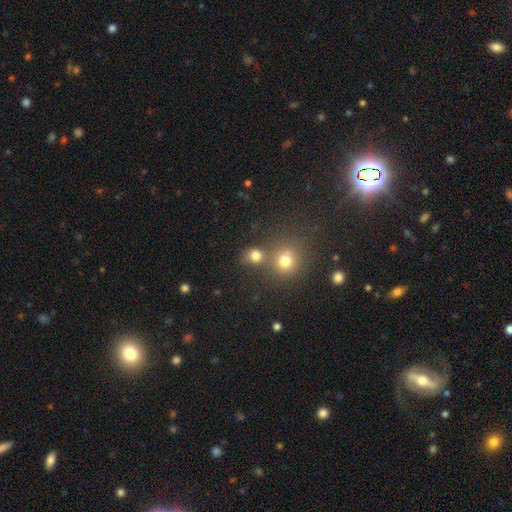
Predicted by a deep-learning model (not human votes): Smooth or featured? smooth (77%)
How rounded? round (77%)
Merging? none (59%)